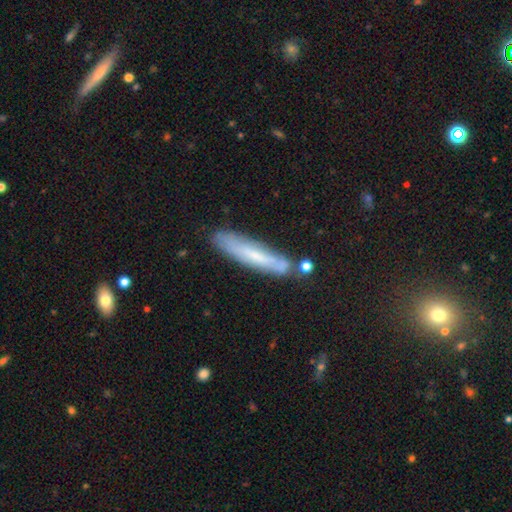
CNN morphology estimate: smooth_or_featured: smooth (p=0.53) [alt: featured or disk p=0.38]
how_rounded: cigar-shaped (p=0.89) [alt: in between p=0.10]
merging: none (p=0.76) [alt: minor disturbance p=0.16]